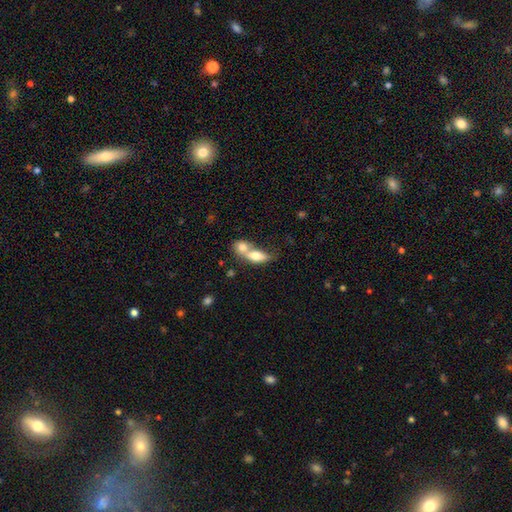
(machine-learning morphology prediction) This is likely a smooth galaxy (70%). How rounded: likely in between (72%). Merging: likely merger (74%).